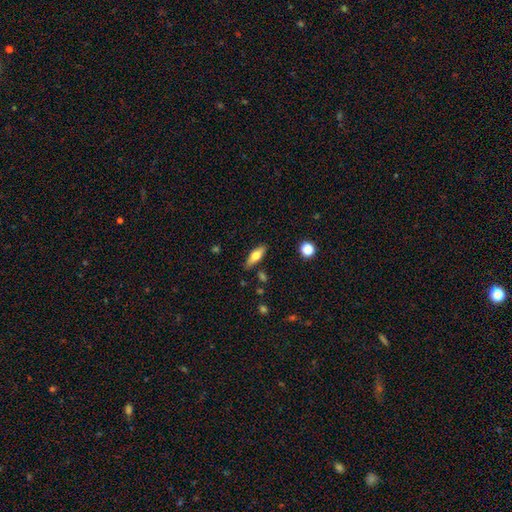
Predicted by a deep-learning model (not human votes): This appears to be a smooth galaxy with no disk features (64%) that is in between round and cigar-shaped (62%). Merging: none (84%).